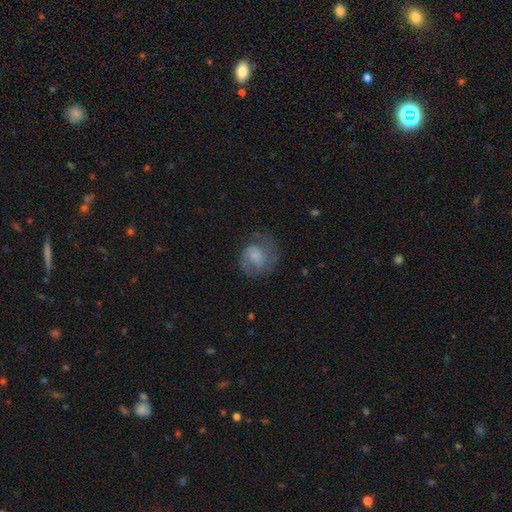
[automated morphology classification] Smooth or featured? Predicted: featured or disk (p=0.47). Merging? Predicted: none (p=0.52).